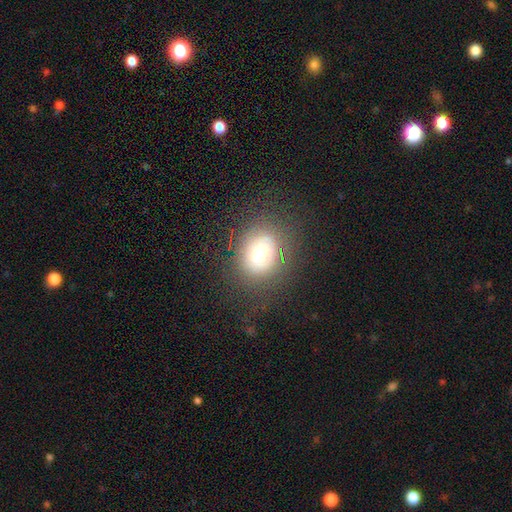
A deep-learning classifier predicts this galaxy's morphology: Overall: smooth (63%; featured or disk 23%). How rounded: round (58%; in between 41%). Merging: none (75%).